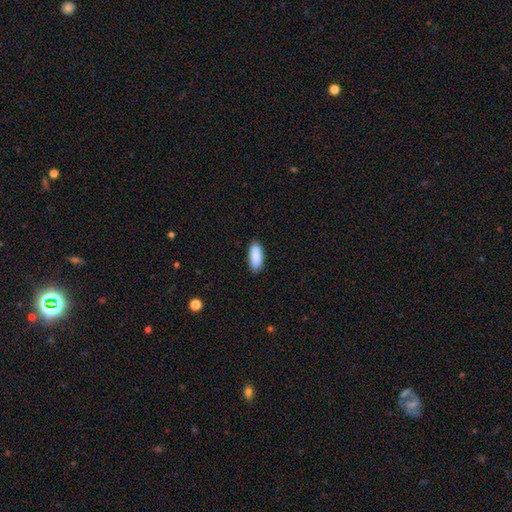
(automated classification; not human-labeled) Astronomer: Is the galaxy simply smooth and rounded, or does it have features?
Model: smooth — 89%.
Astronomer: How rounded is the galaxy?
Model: in between — 83%.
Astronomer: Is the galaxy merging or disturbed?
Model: none — 86%.